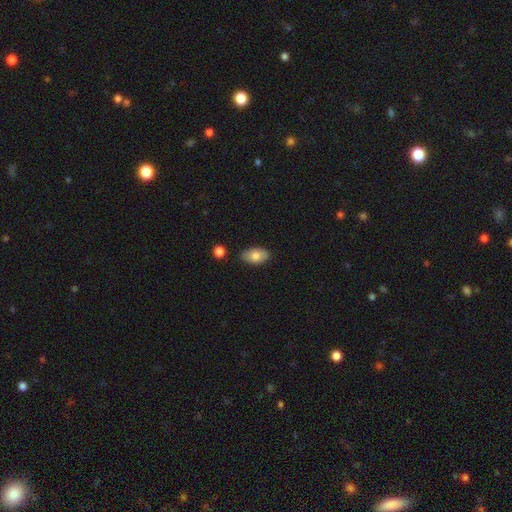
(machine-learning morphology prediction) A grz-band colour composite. It shows a smooth galaxy with no disk features (80%) that is in between round and cigar-shaped (93%). Merging: none (83%).